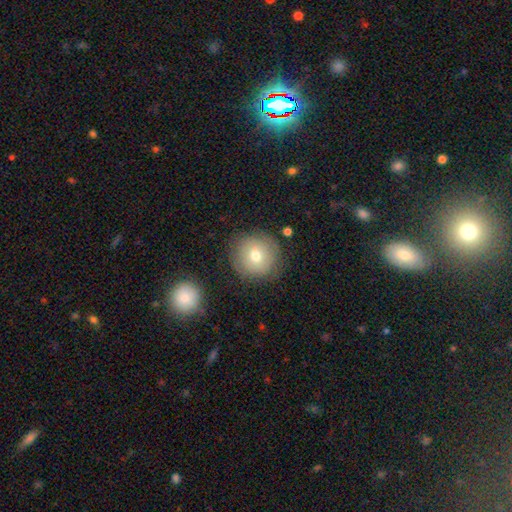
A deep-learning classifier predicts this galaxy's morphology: smooth_or_featured: smooth (p=0.69) [alt: featured or disk p=0.22]
how_rounded: round (p=0.93) [alt: in between p=0.06]
merging: none (p=0.81) [alt: minor disturbance p=0.12]